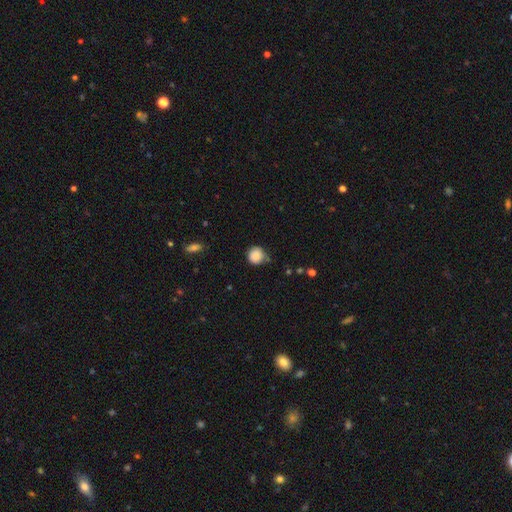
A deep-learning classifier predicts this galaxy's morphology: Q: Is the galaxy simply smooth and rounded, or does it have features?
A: smooth — 86%.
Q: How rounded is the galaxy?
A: round — 93%.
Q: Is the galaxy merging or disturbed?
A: none — 77%.